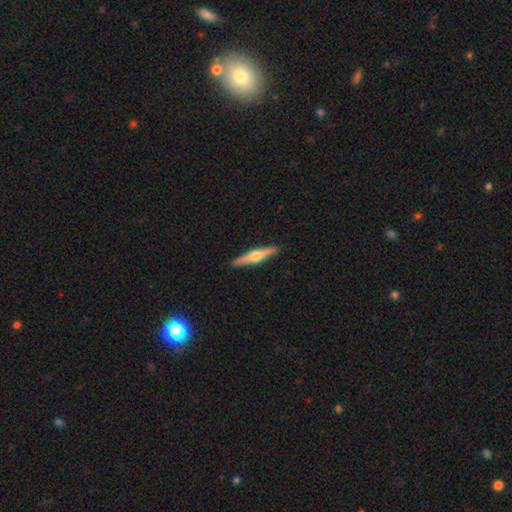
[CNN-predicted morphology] The model was most divided on "smooth or featured": featured or disk: 60%, smooth: 35%, star or artifact: 6%. More confident: edge-on disk — yes (97%); edge-on bulge — rounded (92%); merging — none (91%).